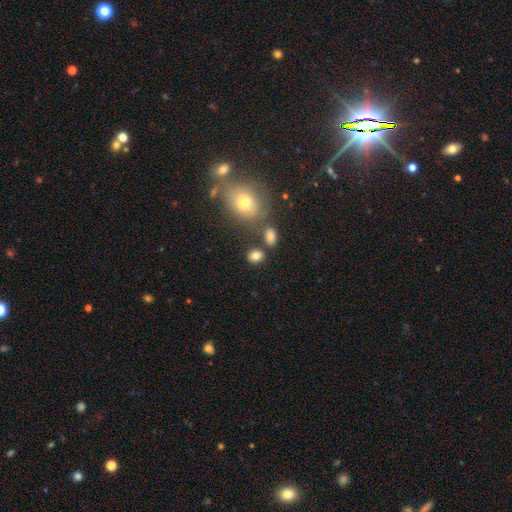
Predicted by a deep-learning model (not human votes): A smooth galaxy with no disk features (81%) that is in between round and cigar-shaped (50%).

Vote fractions:
- Smooth or featured? smooth: 81% / star or artifact: 12% / featured or disk: 7%
- How rounded? in between: 50% / round: 48% / cigar-shaped: 2%
- Merging? none: 72% / merger: 12% / minor disturbance: 12% / major disturbance: 4%